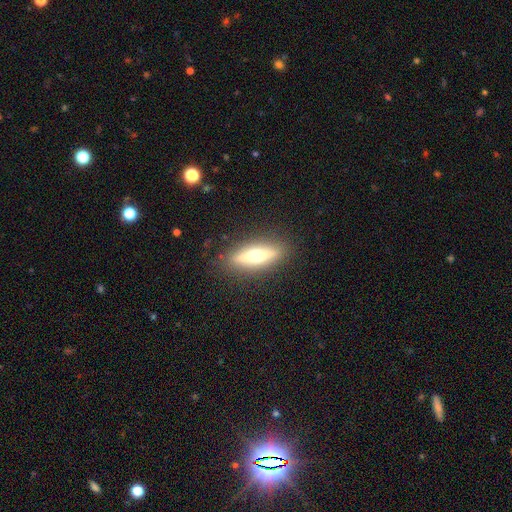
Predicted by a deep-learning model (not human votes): Smooth or featured? Predicted: featured or disk (p=0.52). Edge-on disk? Predicted: yes (p=0.86). Merging? Predicted: none (p=0.87).